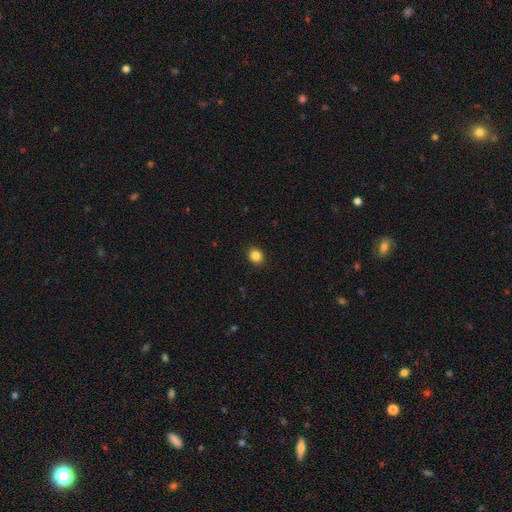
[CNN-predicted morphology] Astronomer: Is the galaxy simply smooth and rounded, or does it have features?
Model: smooth — 85%.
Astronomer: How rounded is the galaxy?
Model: round — 69%.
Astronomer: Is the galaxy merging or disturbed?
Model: none — 91%.